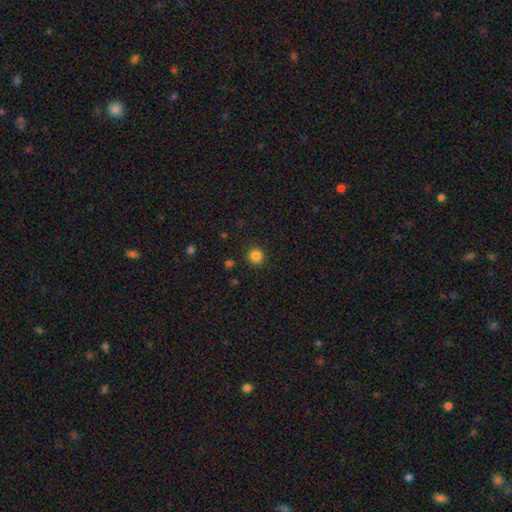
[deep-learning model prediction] smooth 84%, star or artifact 12%, featured or disk 4%. Down the decision tree: how rounded — round (93%); merging — none (90%).